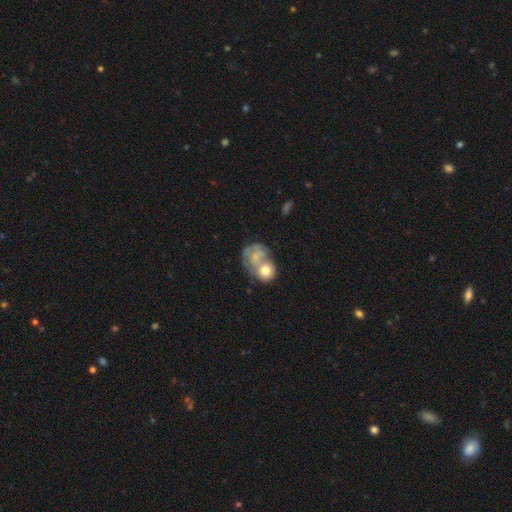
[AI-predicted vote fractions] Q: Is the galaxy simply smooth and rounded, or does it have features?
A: smooth — 55%.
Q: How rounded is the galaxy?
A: round — 61%.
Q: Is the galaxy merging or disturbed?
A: merger — 59%.